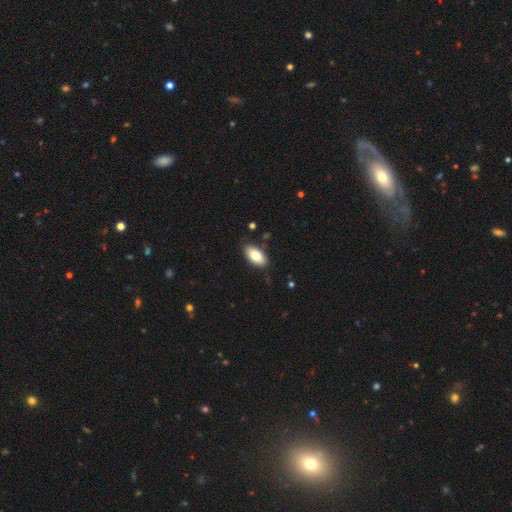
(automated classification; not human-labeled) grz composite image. It shows a smooth galaxy with no disk features (80%) that is in between round and cigar-shaped (94%). Merging: none (85%).